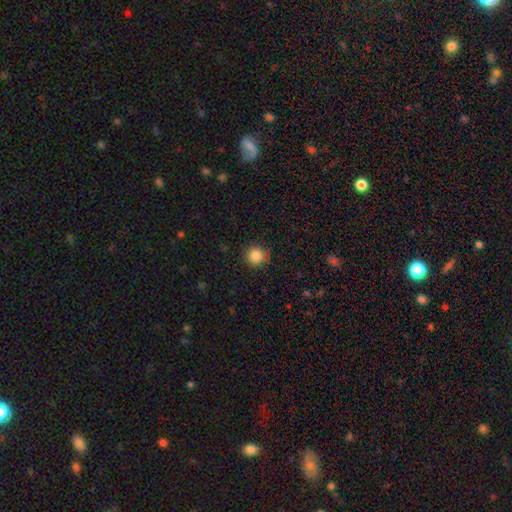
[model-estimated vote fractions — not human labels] smooth-or-featured: smooth: 86% | star or artifact: 10% | featured or disk: 4%
  how-rounded: round: 94% | in between: 5% | cigar-shaped: 1%
  merging: none: 88% | minor disturbance: 9% | major disturbance: 2% | merger: 1%